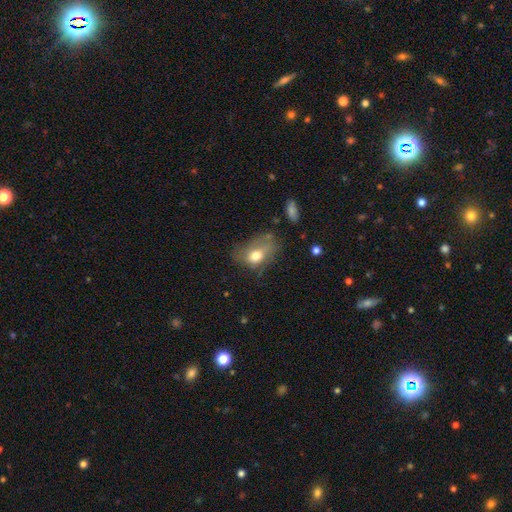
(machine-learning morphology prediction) The model was most divided on "merging": none: 35%, minor disturbance: 31%, major disturbance: 30%, merger: 4%. More confident: how rounded — in between (79%); smooth or featured — smooth (66%).